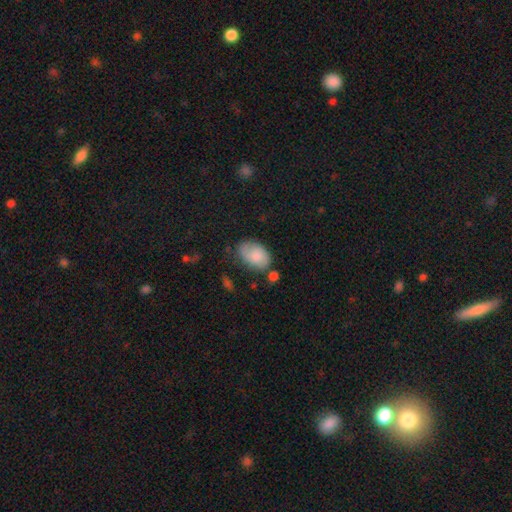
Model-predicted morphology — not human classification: Overall: smooth (71%). How rounded: in between (87%). Merging: none (55%; minor disturbance 28%).